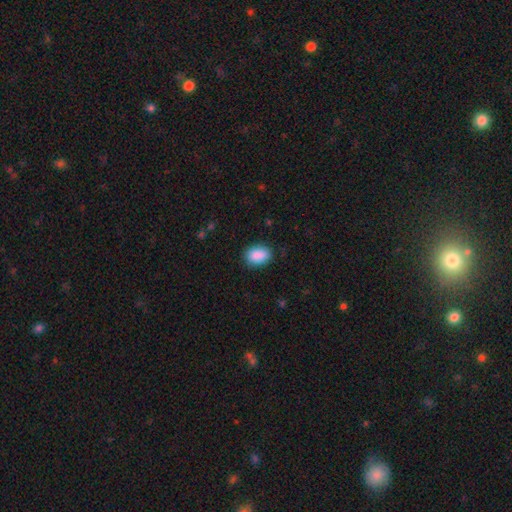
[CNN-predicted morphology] smooth_or_featured: smooth (p=0.90) [alt: star or artifact p=0.07]
how_rounded: in between (p=0.84) [alt: round p=0.15]
merging: none (p=0.84) [alt: minor disturbance p=0.12]